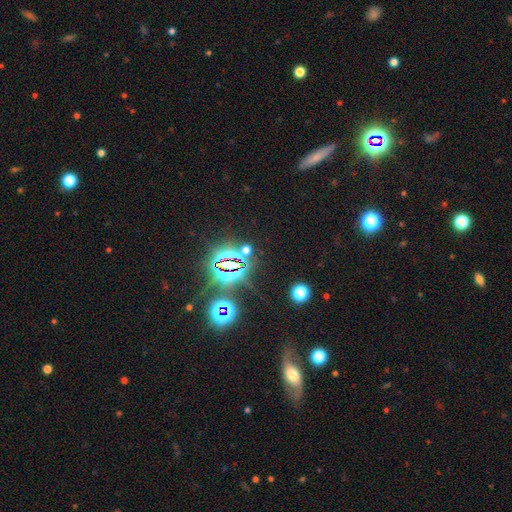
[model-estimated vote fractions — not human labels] Smooth or featured?
  - star or artifact: 75% *
  - smooth: 15%
  - featured or disk: 11%